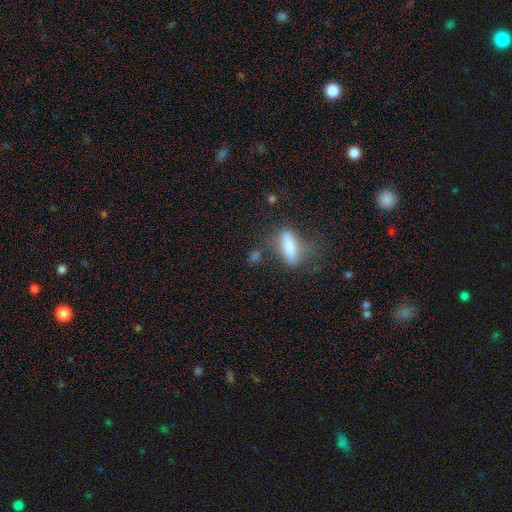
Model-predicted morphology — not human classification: This is likely a smooth galaxy (70%). How rounded: possibly cigar-shaped (54%). Merging: likely none (61%).